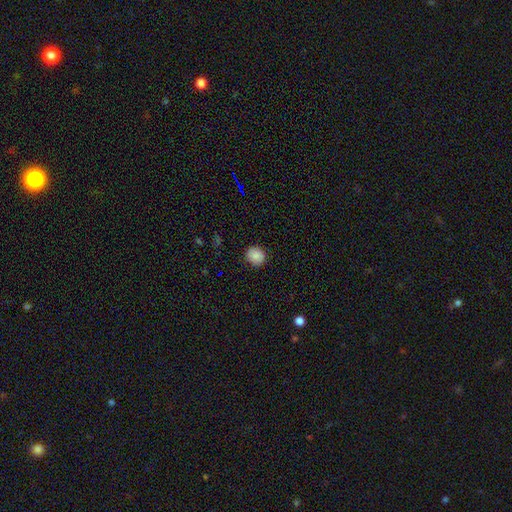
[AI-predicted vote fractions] Smooth or featured?
  - smooth: 87% *
  - star or artifact: 9%
  - featured or disk: 4%
How rounded?
  - round: 81% *
  - in between: 18%
  - cigar-shaped: 1%
Merging?
  - none: 87% *
  - minor disturbance: 10%
  - major disturbance: 2%
  - merger: 1%